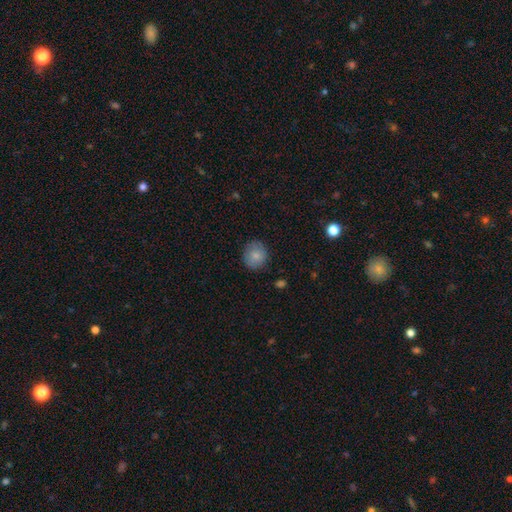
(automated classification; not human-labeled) A smooth galaxy with no disk features (82%) that is round (83%). Merging: none (84%).